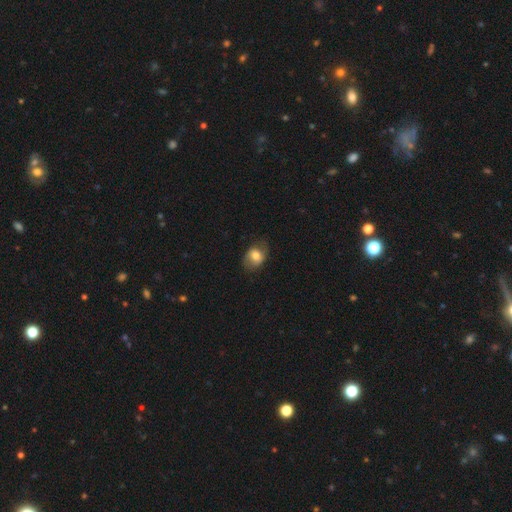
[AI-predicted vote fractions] smooth 67%, featured or disk 25%, star or artifact 8%. Down the decision tree: how rounded — in between (66%); merging — none (69%).